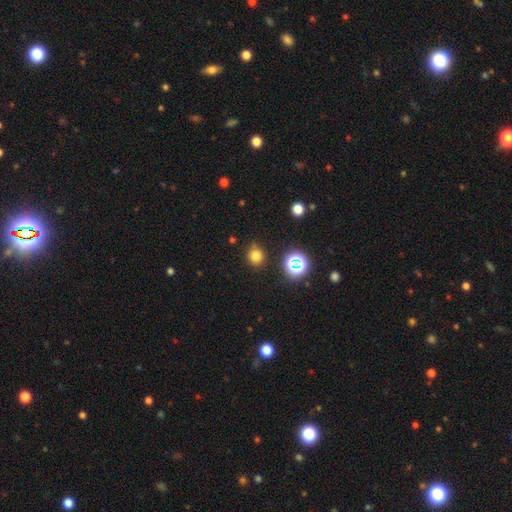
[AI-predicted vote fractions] Q: Smooth or featured?
A: smooth (75%); runner-up: star or artifact (20%)
Q: How rounded?
A: round (83%); runner-up: in between (16%)
Q: Merging?
A: none (83%); runner-up: minor disturbance (11%)